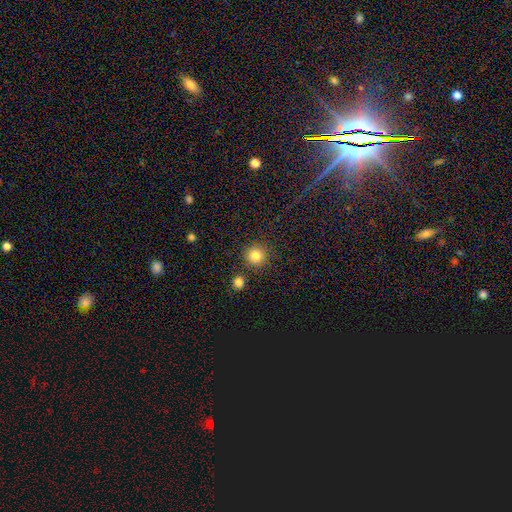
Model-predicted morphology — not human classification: smooth-or-featured: smooth: 83% | star or artifact: 12% | featured or disk: 5%
  how-rounded: round: 94% | in between: 5% | cigar-shaped: 1%
  merging: none: 86% | minor disturbance: 7% | merger: 5% | major disturbance: 2%